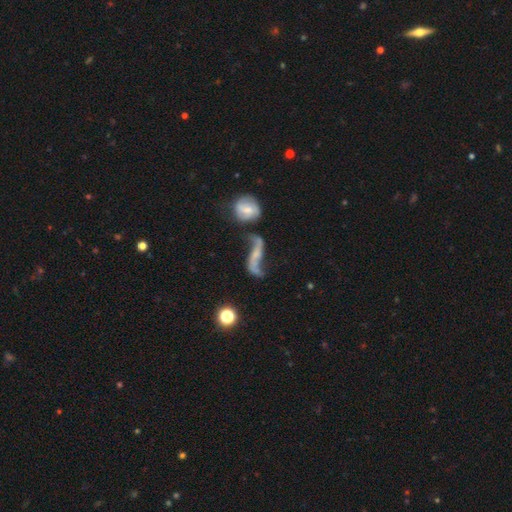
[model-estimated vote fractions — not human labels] Morphology: type=featured or disk (81%); edge-on=no (92%); bar=no (45%); spiral arms=yes (92%); winding=loose (92%); arm count=2 (91%); bulge=small (52%); merging=none (46%).